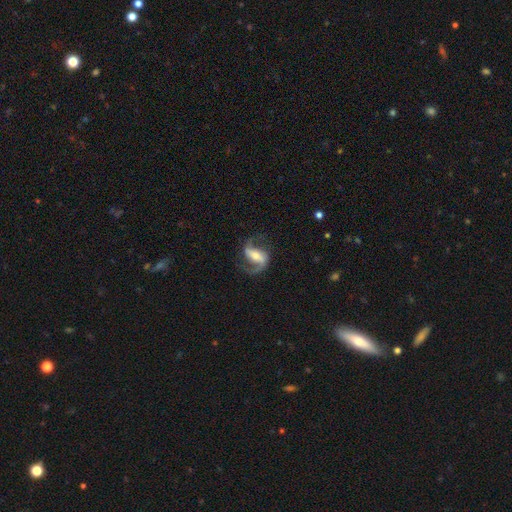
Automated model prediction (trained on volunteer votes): Smooth or featured?
  - featured or disk: 84% *
  - smooth: 11%
  - star or artifact: 5%
Edge-on disk?
  - no: 95% *
  - yes: 5%
Bar?
  - strong: 57% *
  - weak: 28%
  - no: 14%
Spiral arms?
  - yes: 94% *
  - no: 6%
Spiral winding?
  - medium: 44% *
  - loose: 43%
  - tight: 13%
Spiral arm count?
  - 2: 86% *
  - 1: 8%
  - can't tell: 3%
  - 3: 1%
  - 4: 1%
  - more than 4: 1%
Bulge size?
  - moderate: 50% *
  - small: 36%
  - large: 8%
  - none: 3%
  - dominant: 2%
Merging?
  - none: 68% *
  - minor disturbance: 15%
  - major disturbance: 15%
  - merger: 2%